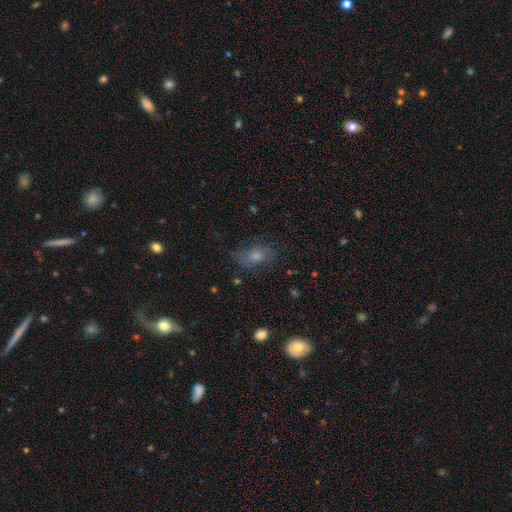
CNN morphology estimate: Smooth or featured? smooth (45%)
Merging? none (71%)